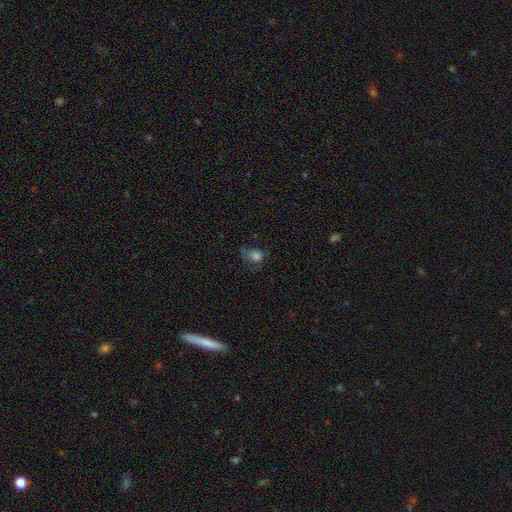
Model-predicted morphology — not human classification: This is likely a smooth galaxy (61%). How rounded: possibly in between (52%). Merging: marginally none (37%).